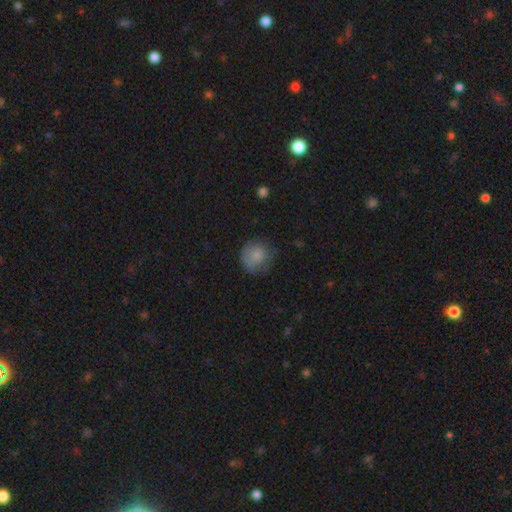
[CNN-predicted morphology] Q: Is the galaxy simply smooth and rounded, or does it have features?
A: smooth — 78%.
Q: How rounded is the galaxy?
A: round — 87%.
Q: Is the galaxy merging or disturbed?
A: none — 66%.